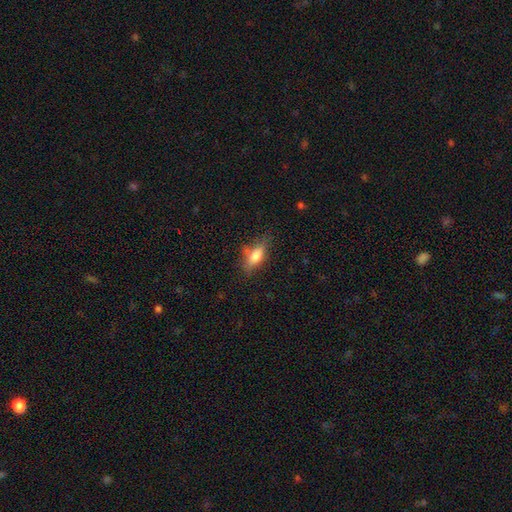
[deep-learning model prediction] Smooth or featured? Predicted: smooth (p=0.67). How rounded? Predicted: in between (p=0.67). Merging? Predicted: none (p=0.66).